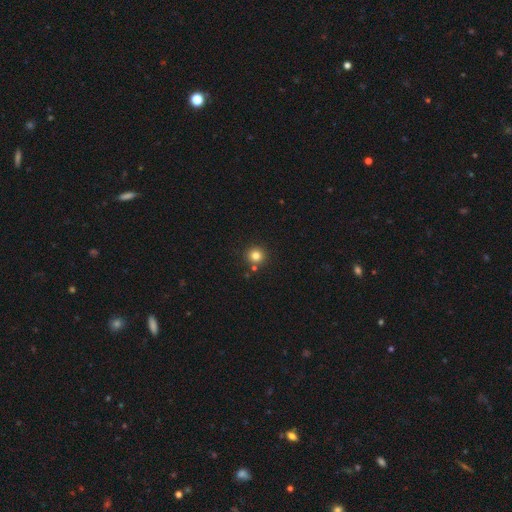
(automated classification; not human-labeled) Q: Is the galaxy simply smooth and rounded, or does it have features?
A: smooth — 81%.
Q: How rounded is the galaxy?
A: round — 93%.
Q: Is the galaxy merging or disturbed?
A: none — 83%.